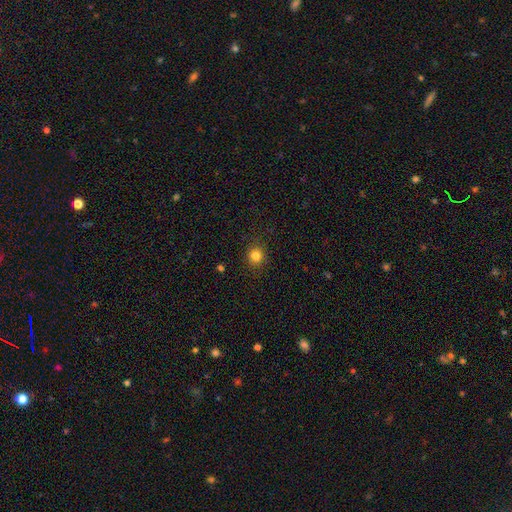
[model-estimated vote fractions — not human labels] Smooth or featured? smooth (82%)
How rounded? round (87%)
Merging? none (89%)